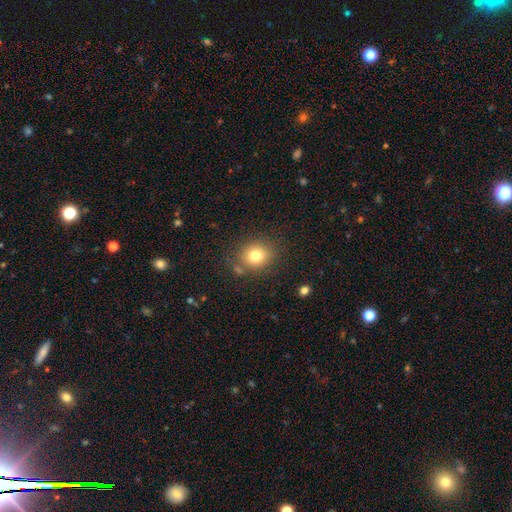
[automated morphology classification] type=smooth (78%); roundness=round (69%); merging=none (79%).